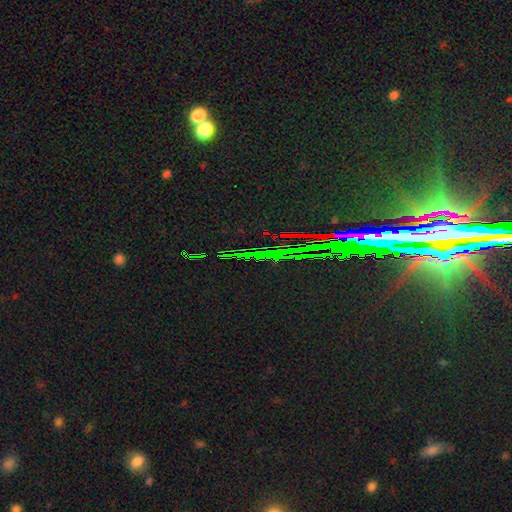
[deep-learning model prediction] smooth_or_featured: star or artifact (p=0.83) [alt: featured or disk p=0.09]